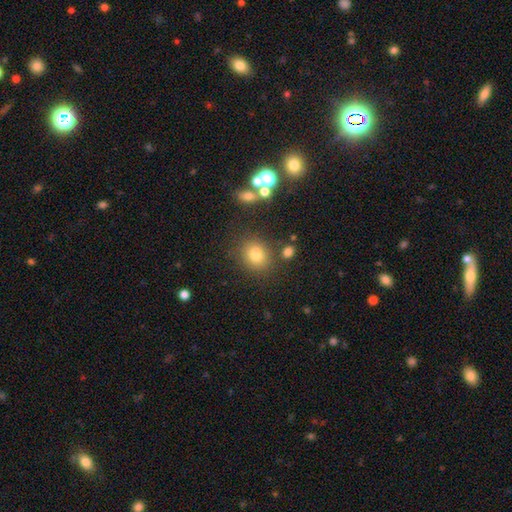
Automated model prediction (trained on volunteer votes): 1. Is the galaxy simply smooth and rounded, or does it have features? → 76% smooth, 16% star or artifact, 8% featured or disk.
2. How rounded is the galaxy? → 71% round, 28% in between, 1% cigar-shaped.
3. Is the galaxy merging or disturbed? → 77% none, 11% minor disturbance, 7% merger, 5% major disturbance.